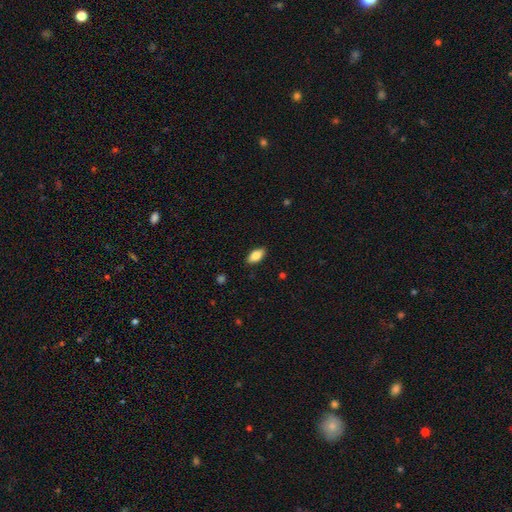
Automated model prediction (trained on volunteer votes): Overall: smooth (82%). How rounded: in between (90%). Merging: none (89%).